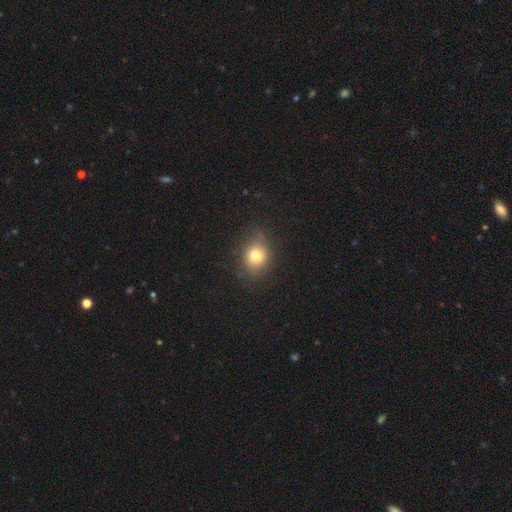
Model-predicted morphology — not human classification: Smooth or featured?
  - smooth: 76% *
  - star or artifact: 13%
  - featured or disk: 11%
How rounded?
  - round: 63% *
  - in between: 36%
  - cigar-shaped: 1%
Merging?
  - none: 77% *
  - minor disturbance: 17%
  - major disturbance: 5%
  - merger: 1%